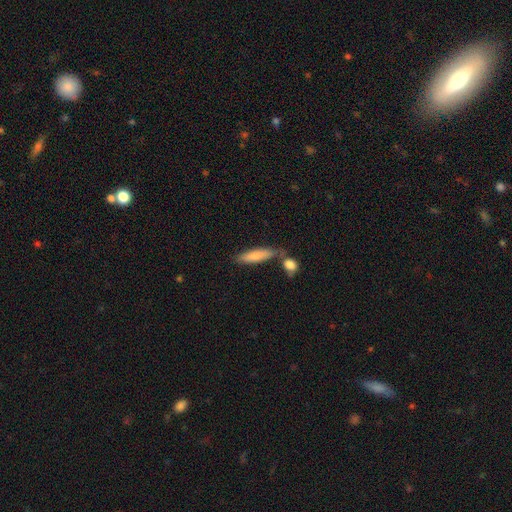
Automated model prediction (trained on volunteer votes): Q: Smooth or featured?
A: smooth (79%); runner-up: featured or disk (16%)
Q: How rounded?
A: cigar-shaped (65%); runner-up: in between (33%)
Q: Merging?
A: none (57%); runner-up: merger (24%)